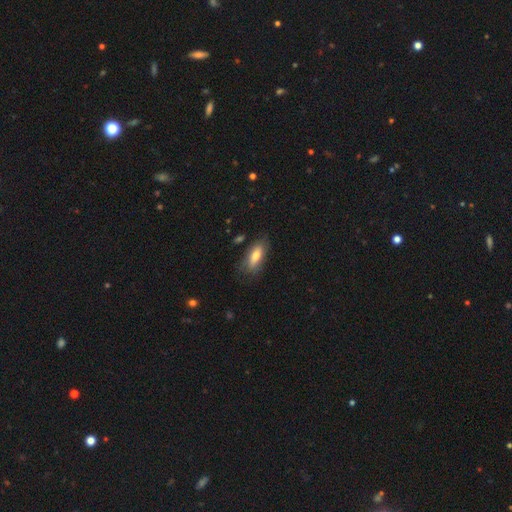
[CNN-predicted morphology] Overall: smooth (73%). How rounded: in between (75%). Merging: none (74%).